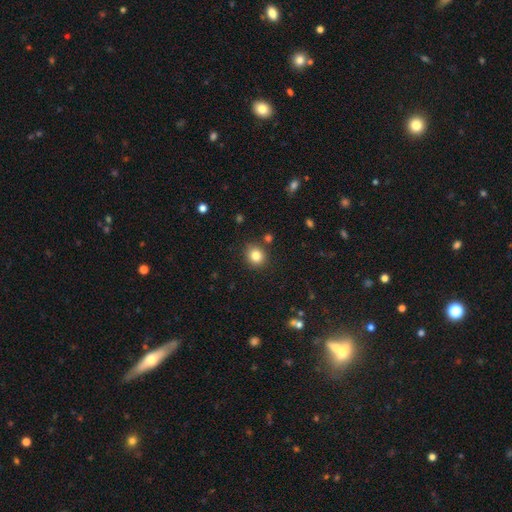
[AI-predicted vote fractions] This appears to be a smooth galaxy with no disk features (82%) that is round (86%). Merging: none (86%).